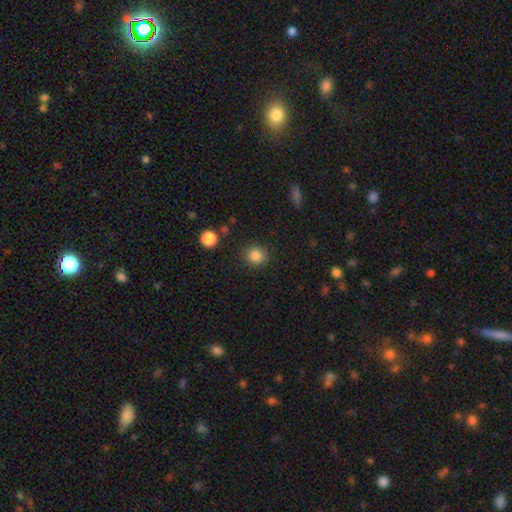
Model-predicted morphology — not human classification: A smooth galaxy with no disk features (85%) that is round (91%).

Vote fractions:
- Smooth or featured? smooth: 85% / star or artifact: 11% / featured or disk: 4%
- How rounded? round: 91% / in between: 8% / cigar-shaped: 1%
- Merging? none: 89% / minor disturbance: 7% / major disturbance: 3% / merger: 2%